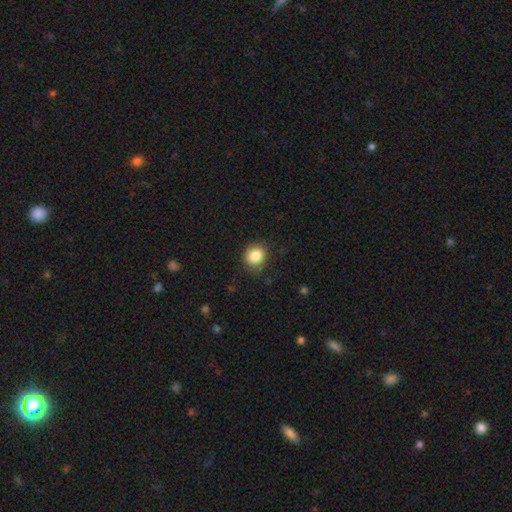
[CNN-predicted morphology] Overall: smooth (85%). How rounded: round (69%; in between 30%). Merging: none (78%).